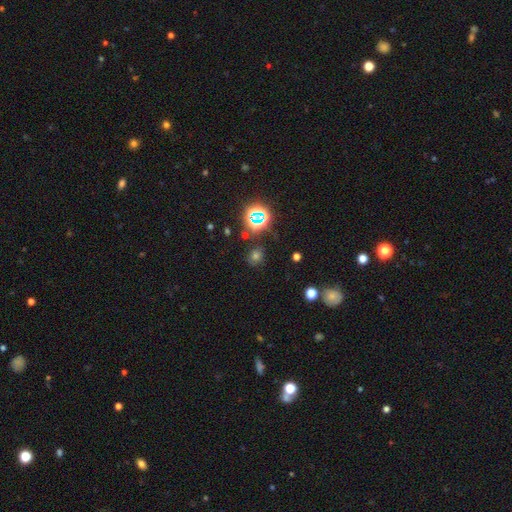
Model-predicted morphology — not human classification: This appears to be a smooth galaxy with no disk features (52%) that is round (86%). Merging: none (85%).